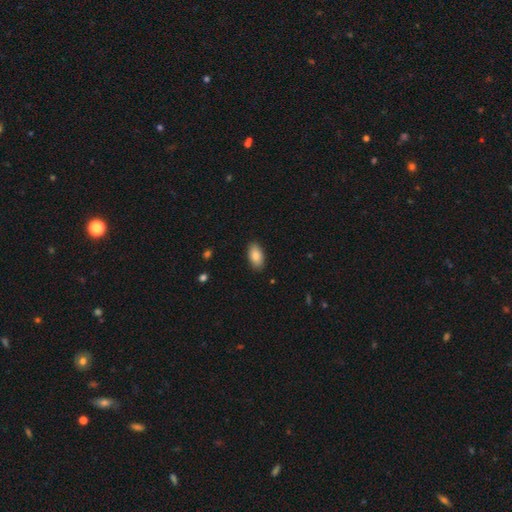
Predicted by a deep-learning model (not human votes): Smooth or featured? Predicted: smooth (p=0.85). How rounded? Predicted: in between (p=0.94). Merging? Predicted: none (p=0.88).